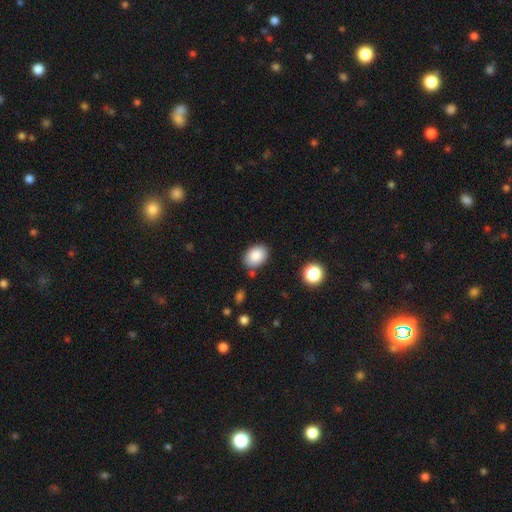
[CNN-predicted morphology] smooth_or_featured: smooth (p=0.87) [alt: star or artifact p=0.08]
how_rounded: in between (p=0.75) [alt: round p=0.24]
merging: none (p=0.81) [alt: minor disturbance p=0.12]